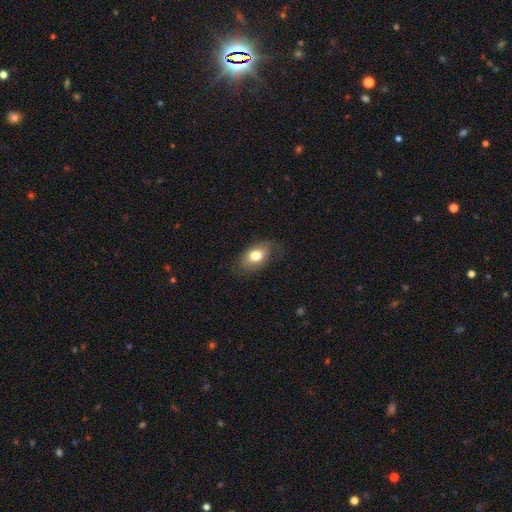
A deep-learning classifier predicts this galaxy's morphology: Q: Smooth or featured?
A: smooth (74%); runner-up: featured or disk (18%)
Q: How rounded?
A: in between (87%); runner-up: round (11%)
Q: Merging?
A: none (74%); runner-up: minor disturbance (19%)